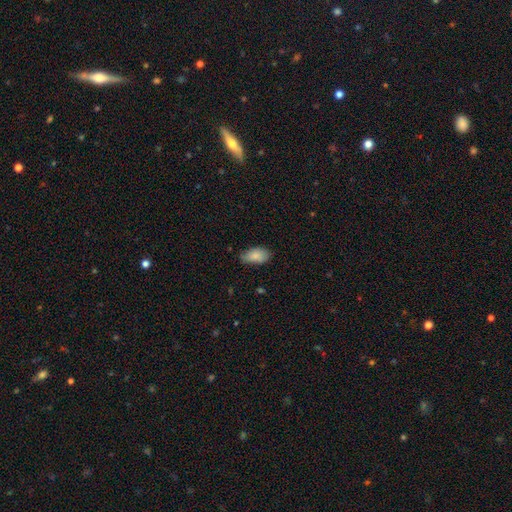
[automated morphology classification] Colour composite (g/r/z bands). It shows a smooth galaxy with no disk features (84%) that is in between round and cigar-shaped (93%). Merging: none (69%).